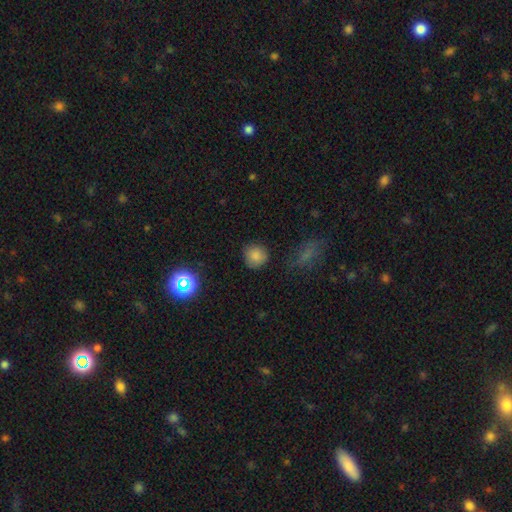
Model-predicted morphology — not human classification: Smooth or featured? smooth (82%)
How rounded? round (91%)
Merging? none (83%)